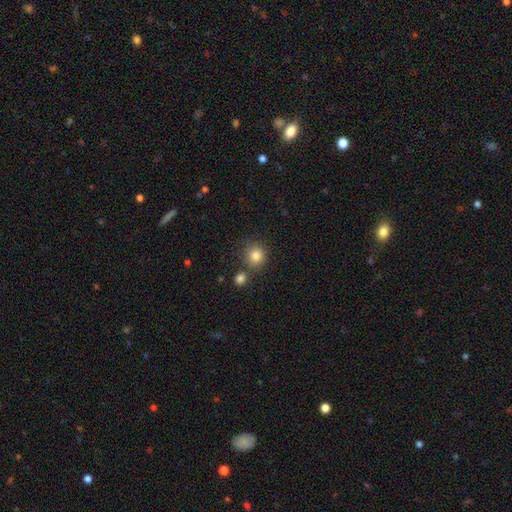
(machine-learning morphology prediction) smooth_or_featured: smooth (p=0.83) [alt: star or artifact p=0.11]
how_rounded: round (p=0.88) [alt: in between p=0.11]
merging: none (p=0.74) [alt: merger p=0.12]